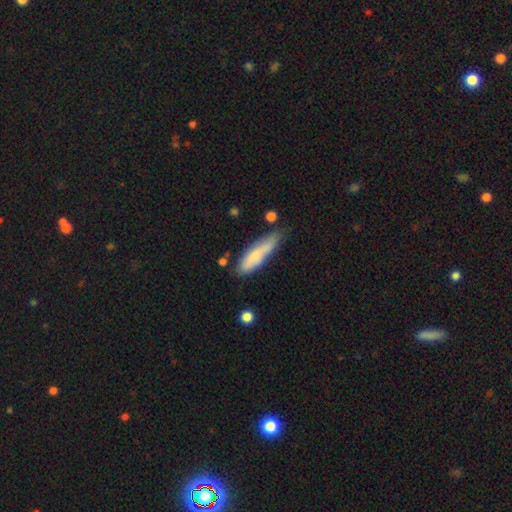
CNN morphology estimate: Smooth or featured? Predicted: smooth (p=0.71). How rounded? Predicted: cigar-shaped (p=0.68). Merging? Predicted: none (p=0.59).